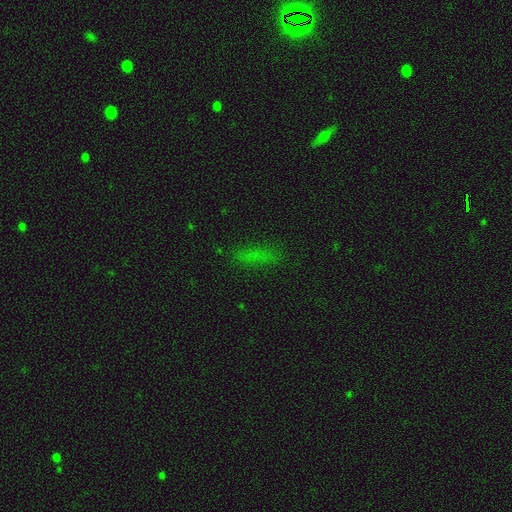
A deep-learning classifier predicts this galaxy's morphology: Smooth or featured? Predicted: smooth (p=0.57). How rounded? Predicted: cigar-shaped (p=0.62). Merging? Predicted: none (p=0.81).